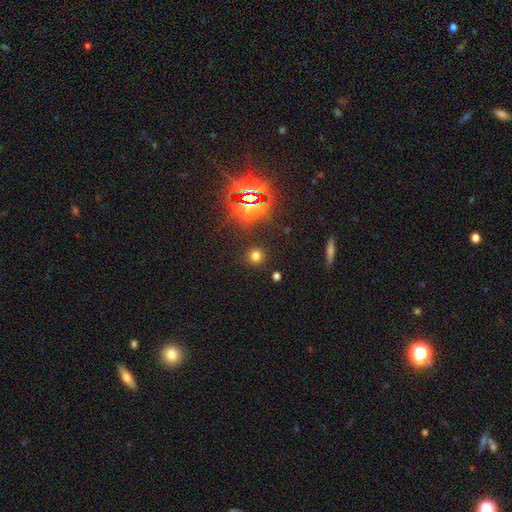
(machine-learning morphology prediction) type=smooth (67%); roundness=round (92%); merging=none (89%).